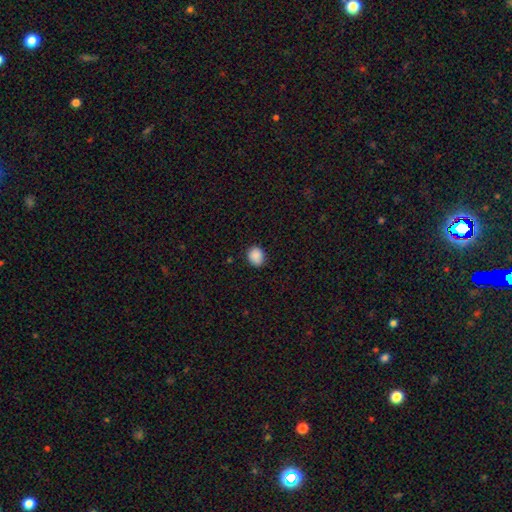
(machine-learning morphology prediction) Overall: smooth (89%). How rounded: round (60%; in between 39%). Merging: none (86%).